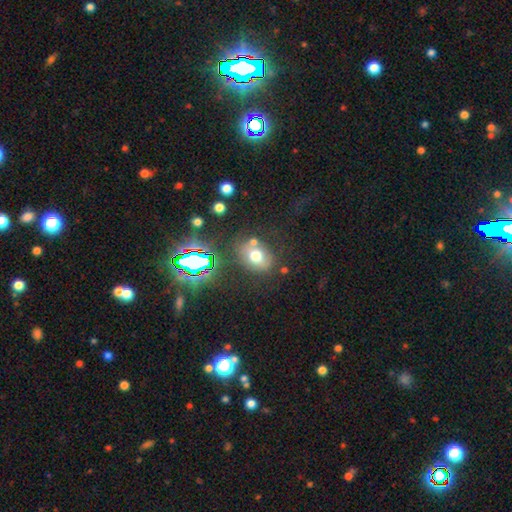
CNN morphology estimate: smooth-or-featured: smooth: 65% | star or artifact: 18% | featured or disk: 18%
  how-rounded: in between: 59% | round: 40% | cigar-shaped: 1%
  merging: none: 66% | minor disturbance: 15% | merger: 12% | major disturbance: 7%